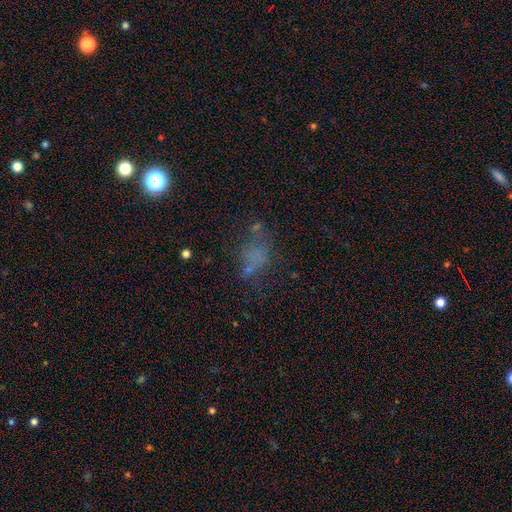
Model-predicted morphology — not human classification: type=smooth (47%); merging=none (48%).